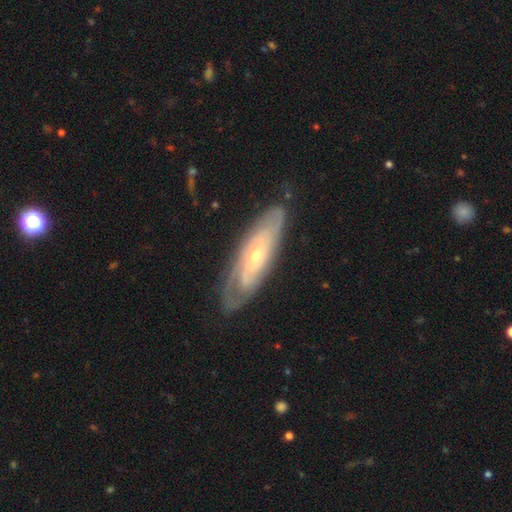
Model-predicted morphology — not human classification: Overall: featured or disk (75%). Edge-on disk: no (79%). Bar: no (73%). Spiral arms: yes (85%). Spiral arm count: can't tell (55%; 2 26%). Spiral winding: tight (68%). Bulge size: small (65%; moderate 31%). Merging: none (75%).